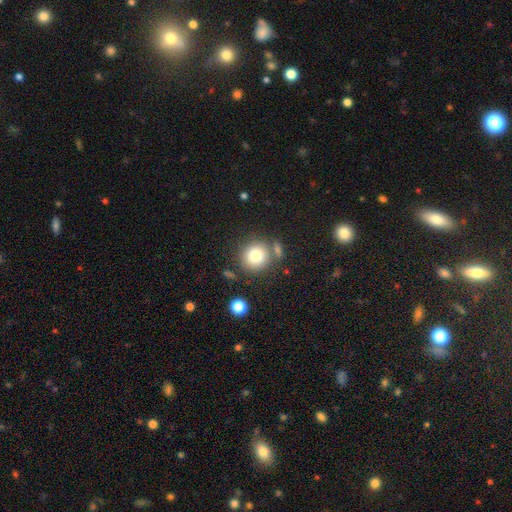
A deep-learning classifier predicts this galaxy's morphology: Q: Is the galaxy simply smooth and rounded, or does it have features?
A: smooth — 78%.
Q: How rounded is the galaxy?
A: round — 90%.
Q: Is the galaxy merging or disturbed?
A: none — 73%.